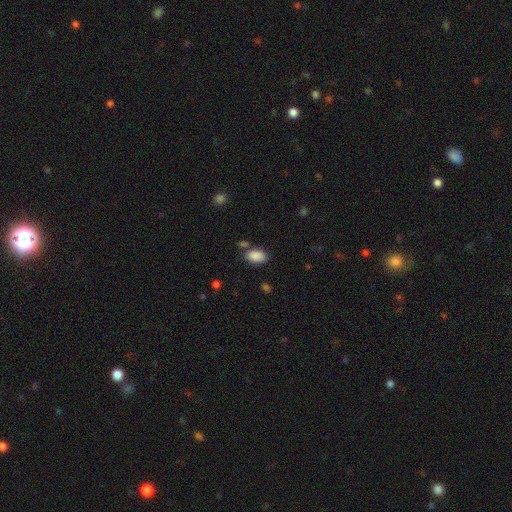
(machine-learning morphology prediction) Smooth or featured? Predicted: smooth (p=0.88). How rounded? Predicted: in between (p=0.92). Merging? Predicted: none (p=0.73).